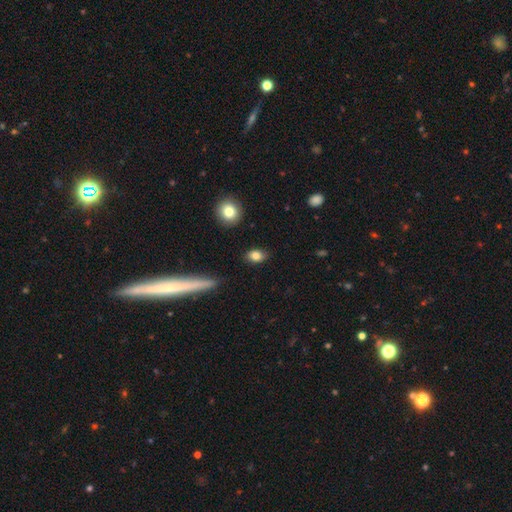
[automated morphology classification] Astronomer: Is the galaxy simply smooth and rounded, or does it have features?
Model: smooth — 83%.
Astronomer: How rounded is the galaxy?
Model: in between — 77%.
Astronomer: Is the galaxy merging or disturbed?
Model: none — 85%.